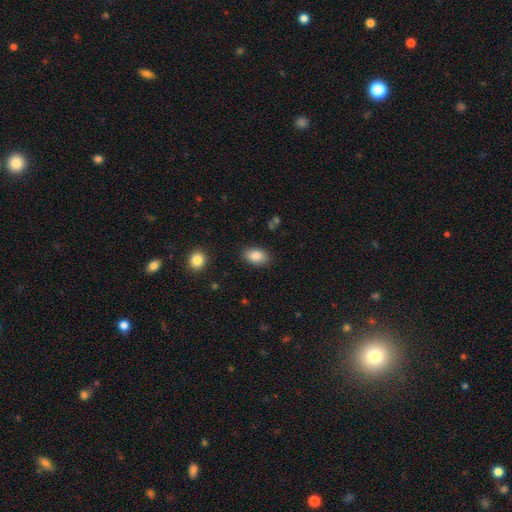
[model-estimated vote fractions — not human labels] A smooth galaxy with no disk features (86%) that is in between round and cigar-shaped (89%). Merging: none (86%).